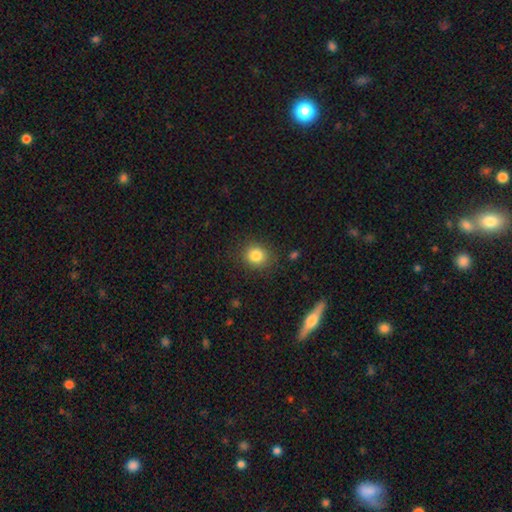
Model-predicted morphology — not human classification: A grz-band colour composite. It shows a smooth galaxy with no disk features (83%) that is round (76%). Merging: none (86%).